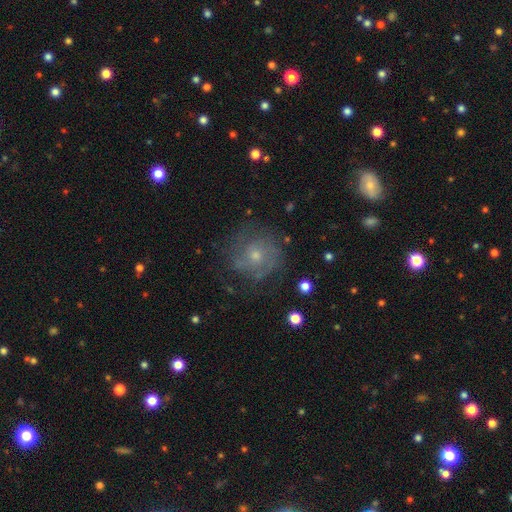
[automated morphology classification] The model was most divided on "bulge size": small: 51%, moderate: 43%, large: 2%, none: 2%, dominant: 1%. More confident: edge-on disk — no (97%); bar — no (81%); spiral arms — yes (79%); merging — none (69%); smooth or featured — featured or disk (60%).